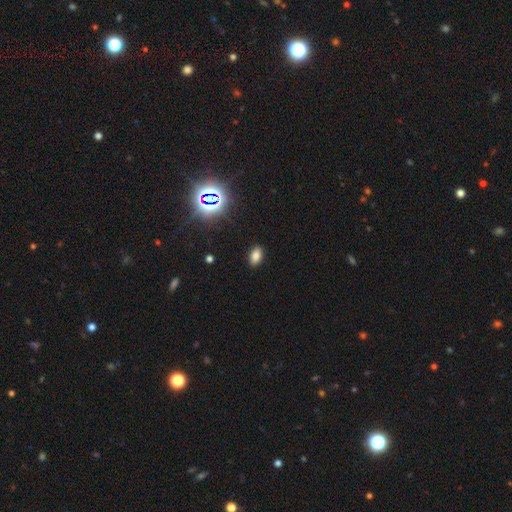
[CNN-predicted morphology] type=smooth (76%); roundness=in between (91%); merging=none (89%).